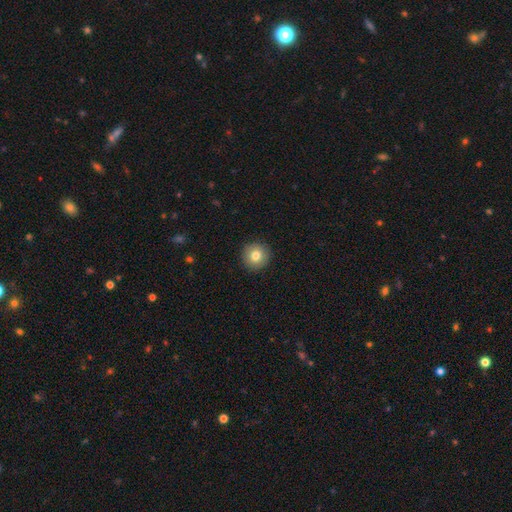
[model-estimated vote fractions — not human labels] smooth_or_featured: smooth (p=0.81) [alt: featured or disk p=0.10]
how_rounded: round (p=0.94) [alt: in between p=0.05]
merging: none (p=0.92) [alt: minor disturbance p=0.05]